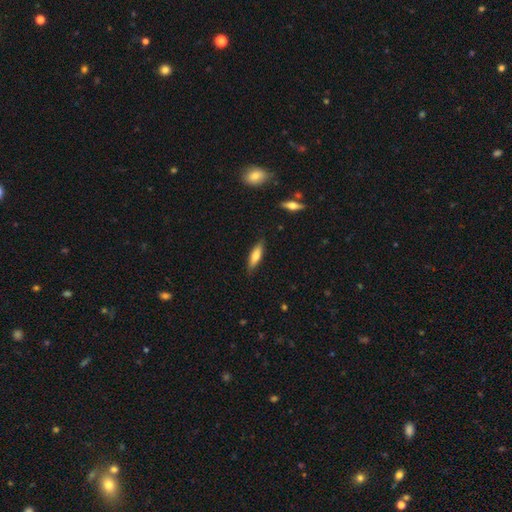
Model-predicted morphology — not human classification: The model was most divided on "how rounded": cigar-shaped: 60%, in between: 38%, round: 2%. More confident: merging — none (84%); smooth or featured — smooth (70%).